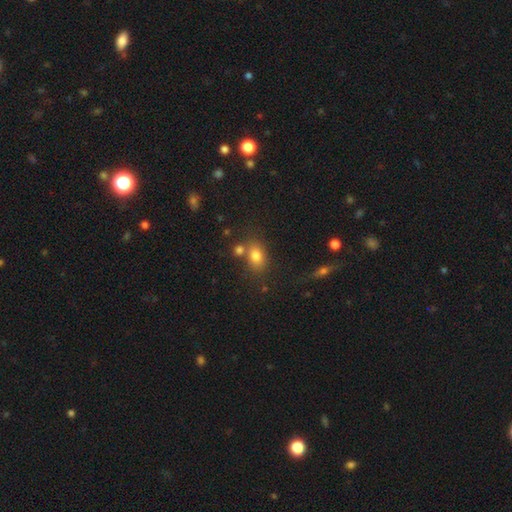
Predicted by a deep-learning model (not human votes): A smooth galaxy with no disk features (78%) that is in between round and cigar-shaped (70%).

Vote fractions:
- Smooth or featured? smooth: 78% / star or artifact: 12% / featured or disk: 10%
- How rounded? in between: 70% / round: 28% / cigar-shaped: 2%
- Merging? none: 62% / merger: 20% / minor disturbance: 13% / major disturbance: 5%